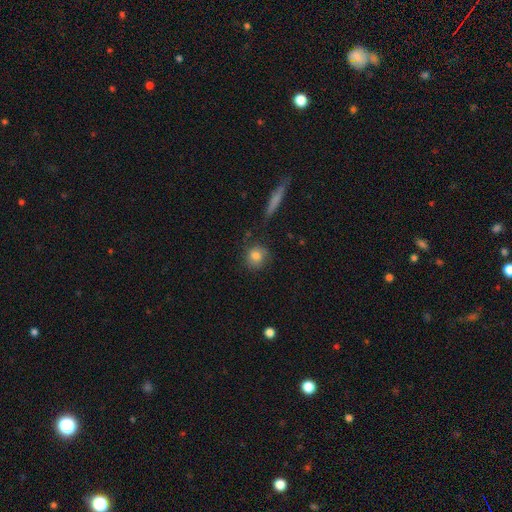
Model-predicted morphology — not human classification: A smooth galaxy with no disk features (81%) that is round (85%).

Vote fractions:
- Smooth or featured? smooth: 81% / featured or disk: 10% / star or artifact: 9%
- How rounded? round: 85% / in between: 13% / cigar-shaped: 2%
- Merging? none: 77% / minor disturbance: 15% / major disturbance: 4% / merger: 4%